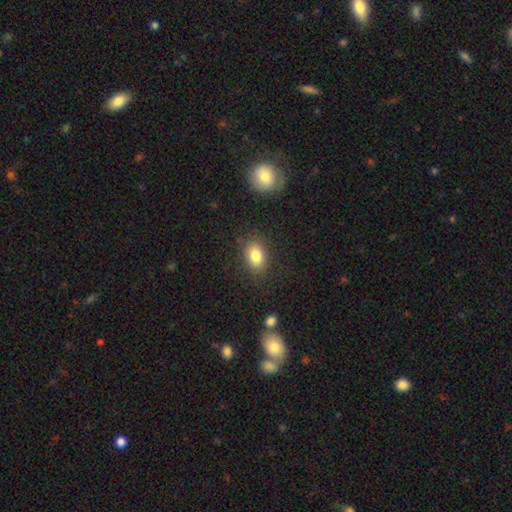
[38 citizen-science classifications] Morphology: type=smooth (95%); roundness=in between (78%); merging=none (65%).